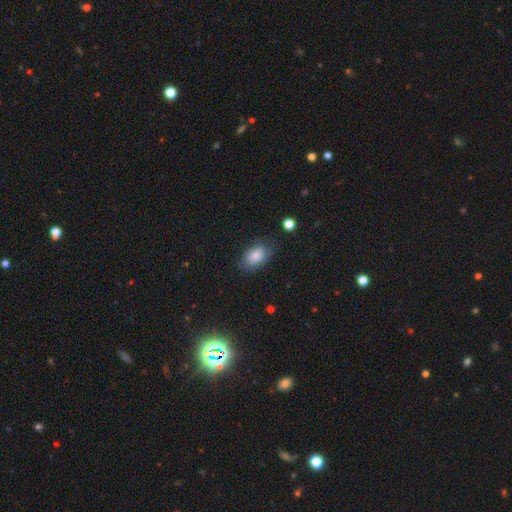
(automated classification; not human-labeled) The model was most divided on "merging": none: 70%, minor disturbance: 21%, major disturbance: 7%, merger: 2%. More confident: how rounded — in between (87%); smooth or featured — smooth (82%).